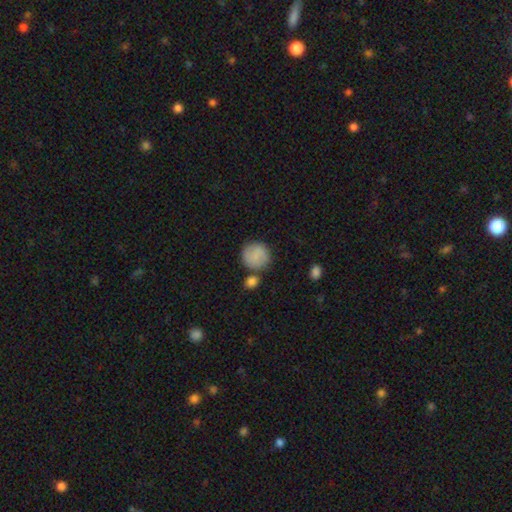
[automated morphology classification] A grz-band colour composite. It shows a smooth galaxy with no disk features (83%) that is round (92%). Merging: none (72%).